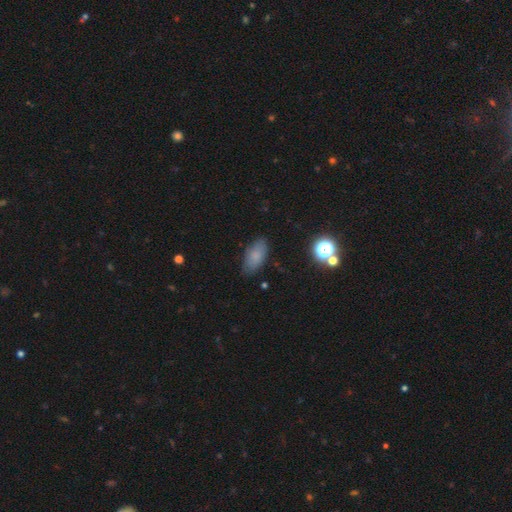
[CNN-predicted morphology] type=smooth (79%); roundness=in between (91%); merging=none (80%).